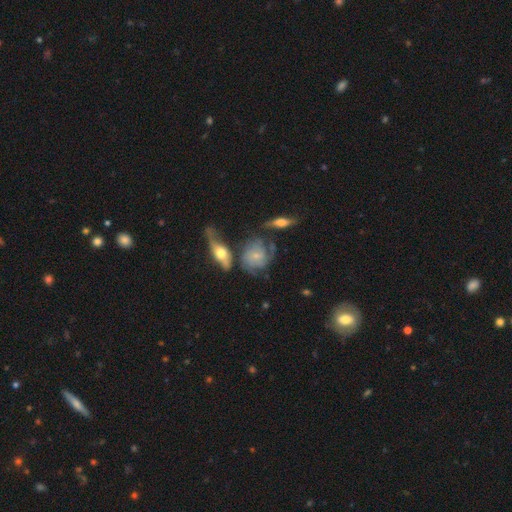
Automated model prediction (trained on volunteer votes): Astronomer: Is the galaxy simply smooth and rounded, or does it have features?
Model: featured or disk — 64%.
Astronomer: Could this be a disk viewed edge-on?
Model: no — 93%.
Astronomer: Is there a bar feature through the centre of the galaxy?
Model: no — 76%.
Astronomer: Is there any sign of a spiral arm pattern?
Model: yes — 82%.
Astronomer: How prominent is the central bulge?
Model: small — 72%.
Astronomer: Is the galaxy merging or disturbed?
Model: none — 41% (runner-up: minor disturbance, 23%).